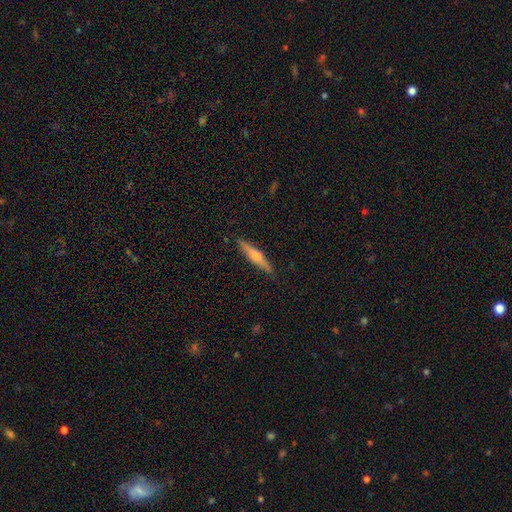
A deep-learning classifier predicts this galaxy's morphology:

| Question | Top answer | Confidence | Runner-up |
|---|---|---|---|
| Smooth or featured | featured or disk | 61% | smooth (33%) |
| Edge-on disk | yes | 97% | no (3%) |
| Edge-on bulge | rounded | 89% | boxy (6%) |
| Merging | none | 89% | minor disturbance (8%) |